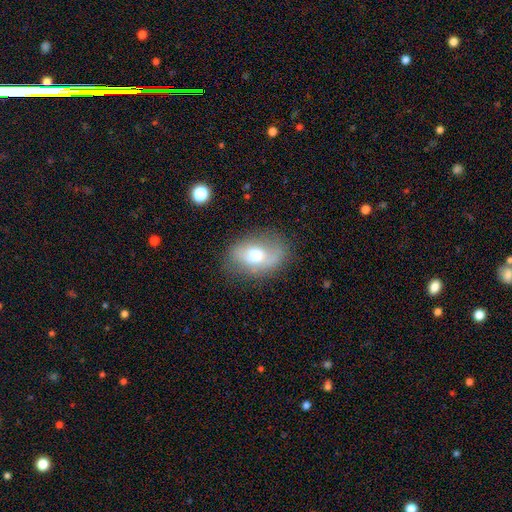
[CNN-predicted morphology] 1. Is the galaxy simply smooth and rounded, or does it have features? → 55% smooth, 36% featured or disk, 9% star or artifact.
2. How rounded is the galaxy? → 83% in between, 15% round, 2% cigar-shaped.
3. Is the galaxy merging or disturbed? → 65% none, 23% minor disturbance, 9% major disturbance, 2% merger.